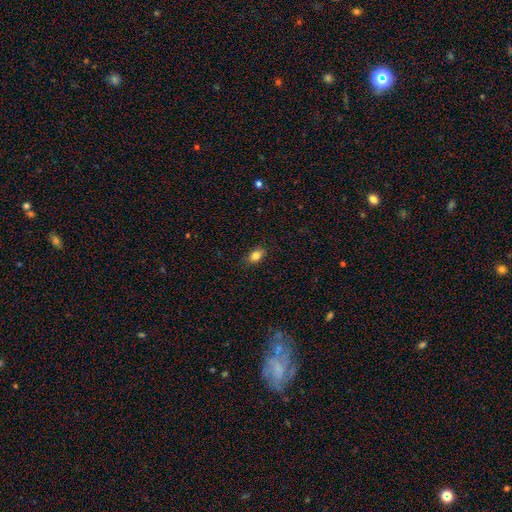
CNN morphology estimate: The model was most divided on "how rounded": in between: 78%, round: 19%, cigar-shaped: 2%. More confident: merging — none (85%); smooth or featured — smooth (84%).